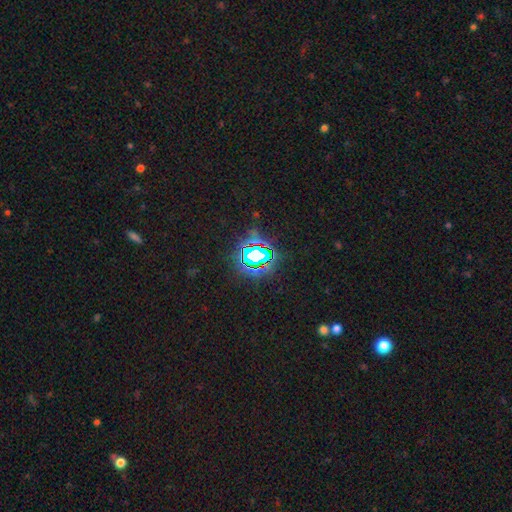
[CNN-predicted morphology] This appears to be a star or artifact, not a galaxy (74%).